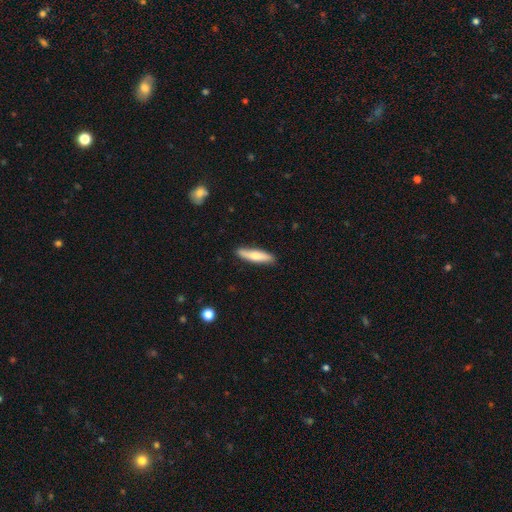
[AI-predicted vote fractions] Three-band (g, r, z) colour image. It shows a smooth galaxy with no disk features (69%) that is cigar-shaped (80%). Merging: none (87%).